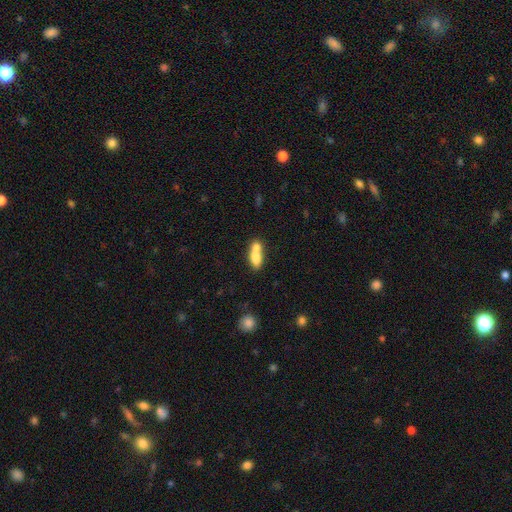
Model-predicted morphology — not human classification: The model was most divided on "merging": merger: 57%, none: 28%, minor disturbance: 10%, major disturbance: 4%. More confident: how rounded — in between (75%); smooth or featured — smooth (73%).